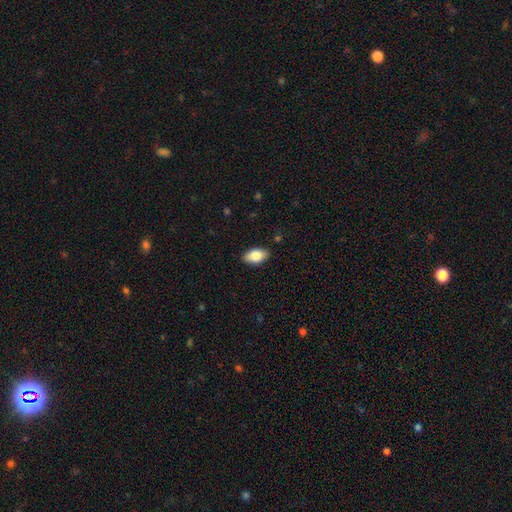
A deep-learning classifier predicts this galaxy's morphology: smooth_or_featured: smooth (p=0.81) [alt: featured or disk p=0.12]
how_rounded: in between (p=0.92) [alt: round p=0.05]
merging: none (p=0.88) [alt: minor disturbance p=0.09]